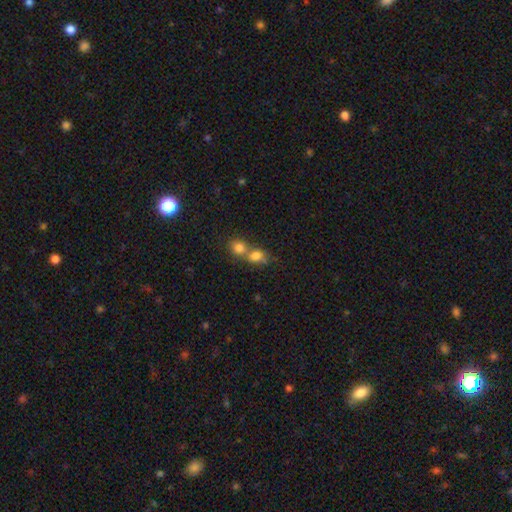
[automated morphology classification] Overall: smooth (78%). How rounded: round (61%; in between 37%). Merging: merger (63%; none 27%).